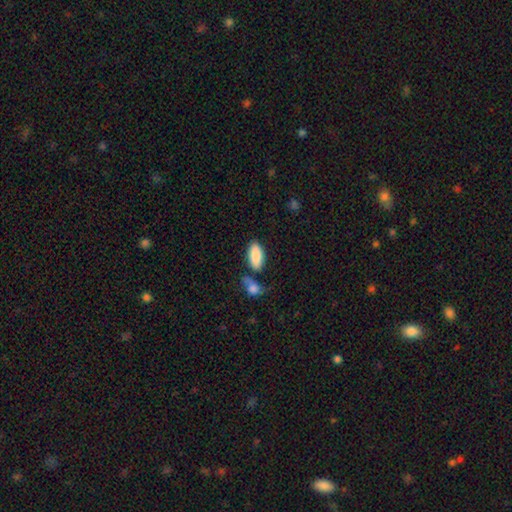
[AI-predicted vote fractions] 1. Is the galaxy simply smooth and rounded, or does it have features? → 87% smooth, 7% featured or disk, 6% star or artifact.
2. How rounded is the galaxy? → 91% in between, 7% cigar-shaped, 2% round.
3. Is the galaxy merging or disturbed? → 62% none, 17% merger, 15% minor disturbance, 6% major disturbance.